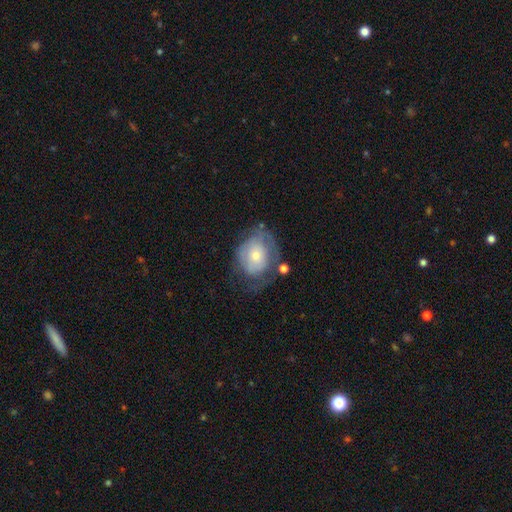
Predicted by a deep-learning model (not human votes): smooth_or_featured: smooth (p=0.48) [alt: featured or disk p=0.44]
merging: none (p=0.38) [alt: minor disturbance p=0.30]